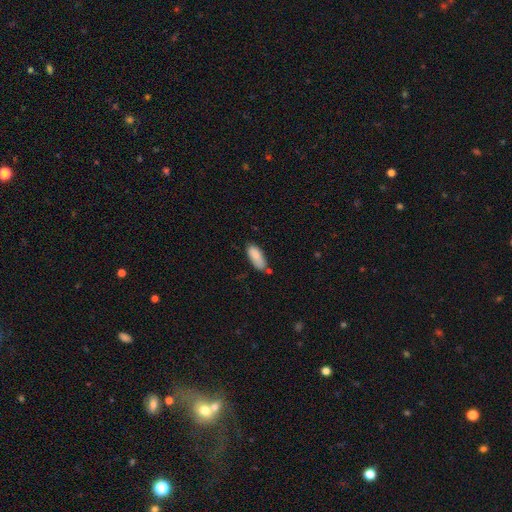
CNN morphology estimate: Smooth or featured?
  - smooth: 85% *
  - featured or disk: 8%
  - star or artifact: 7%
How rounded?
  - in between: 79% *
  - cigar-shaped: 19%
  - round: 2%
Merging?
  - none: 60% *
  - minor disturbance: 26%
  - merger: 9%
  - major disturbance: 5%